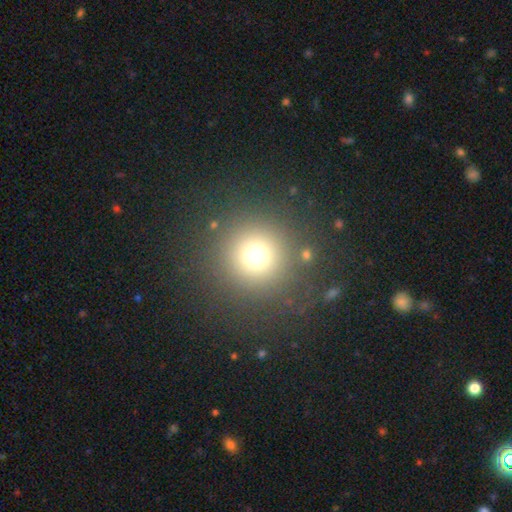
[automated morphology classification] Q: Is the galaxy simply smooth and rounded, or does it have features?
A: smooth — 69%.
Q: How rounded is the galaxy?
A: round — 96%.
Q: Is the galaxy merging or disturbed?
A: none — 84%.